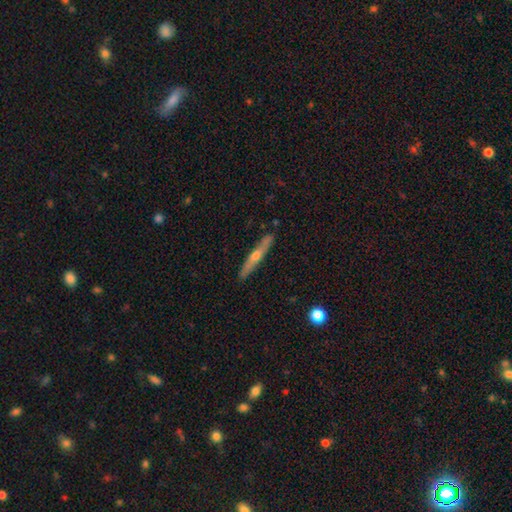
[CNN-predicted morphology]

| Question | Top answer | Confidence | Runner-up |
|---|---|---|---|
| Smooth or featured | featured or disk | 62% | smooth (32%) |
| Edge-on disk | yes | 95% | no (5%) |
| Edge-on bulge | rounded | 82% | none (15%) |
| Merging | none | 89% | minor disturbance (8%) |